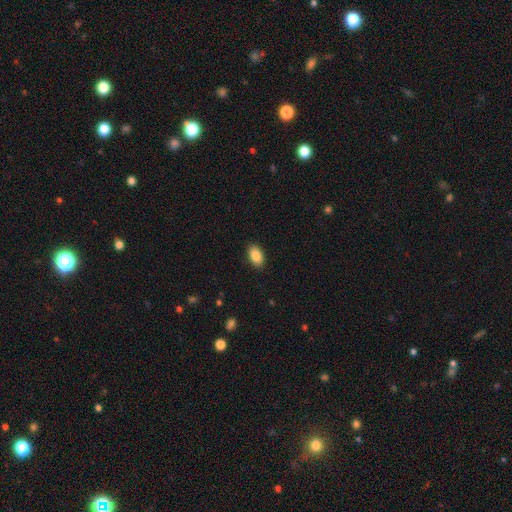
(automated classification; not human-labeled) Smooth or featured?
  - smooth: 87% *
  - star or artifact: 7%
  - featured or disk: 5%
How rounded?
  - in between: 92% *
  - round: 6%
  - cigar-shaped: 2%
Merging?
  - none: 89% *
  - minor disturbance: 8%
  - major disturbance: 2%
  - merger: 1%